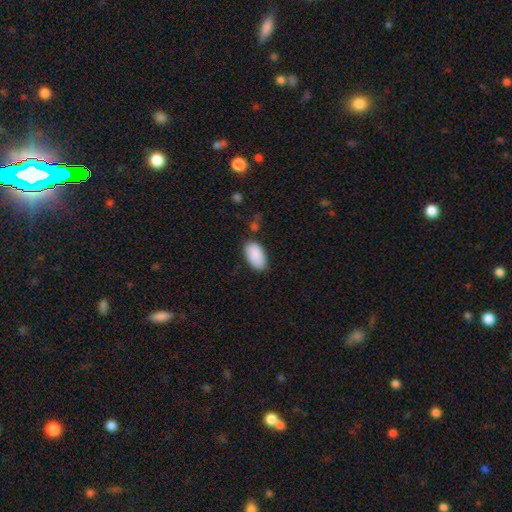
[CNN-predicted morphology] smooth-or-featured: smooth: 90% | star or artifact: 6% | featured or disk: 4%
  how-rounded: in between: 95% | cigar-shaped: 3% | round: 2%
  merging: none: 77% | minor disturbance: 16% | major disturbance: 4% | merger: 3%